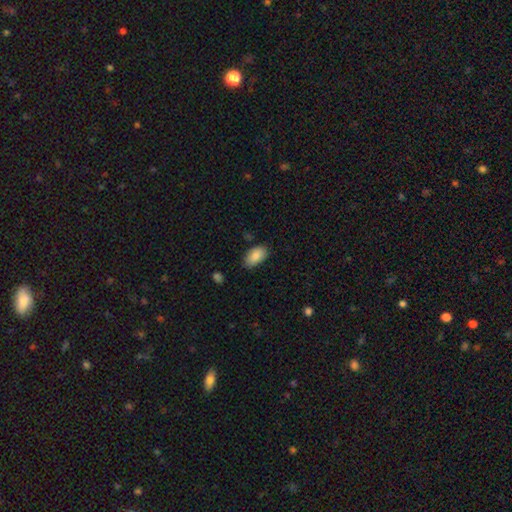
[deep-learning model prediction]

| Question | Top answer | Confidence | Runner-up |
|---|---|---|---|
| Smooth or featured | smooth | 88% | star or artifact (7%) |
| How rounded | in between | 94% | round (4%) |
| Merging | none | 79% | minor disturbance (17%) |